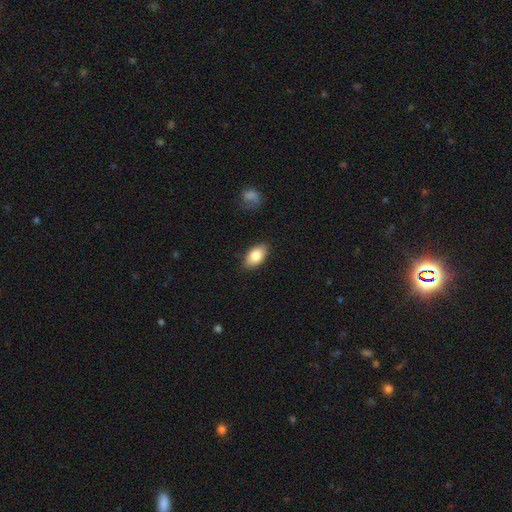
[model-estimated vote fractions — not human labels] Morphology: type=smooth (82%); roundness=in between (93%); merging=none (86%).